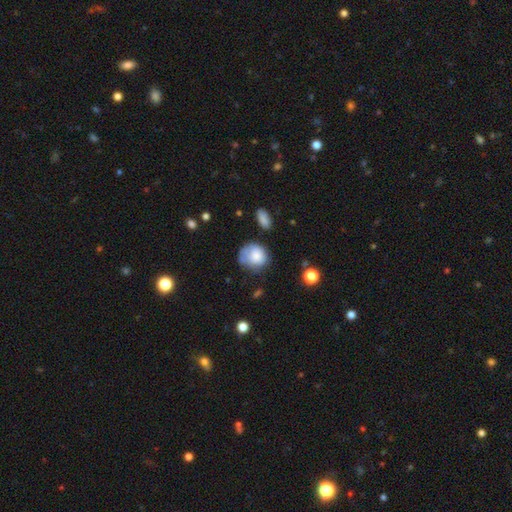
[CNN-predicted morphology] Smooth or featured: smooth — 76% (featured or disk — 16%)
How rounded: round — 74% (in between — 26%)
Merging: none — 47% (minor disturbance — 31%)